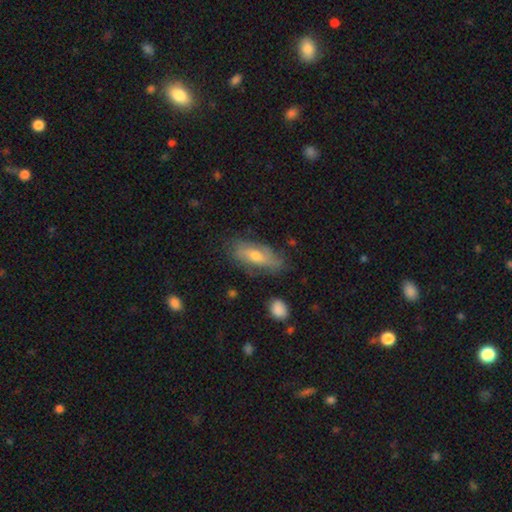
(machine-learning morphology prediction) type=smooth (53%); roundness=in between (73%); merging=none (70%).